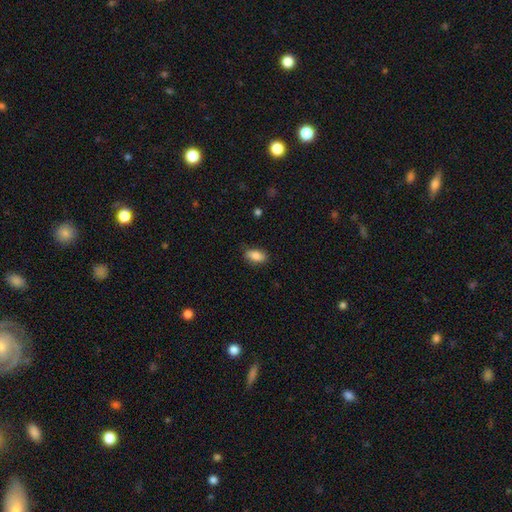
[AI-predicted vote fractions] Overall: smooth (85%). How rounded: in between (90%). Merging: none (82%).